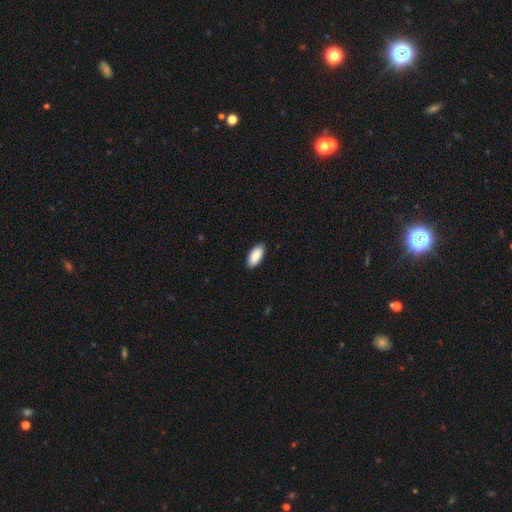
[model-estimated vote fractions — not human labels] smooth-or-featured: smooth: 89% | star or artifact: 6% | featured or disk: 6%
  how-rounded: in between: 91% | cigar-shaped: 7% | round: 2%
  merging: none: 87% | minor disturbance: 10% | major disturbance: 2% | merger: 1%